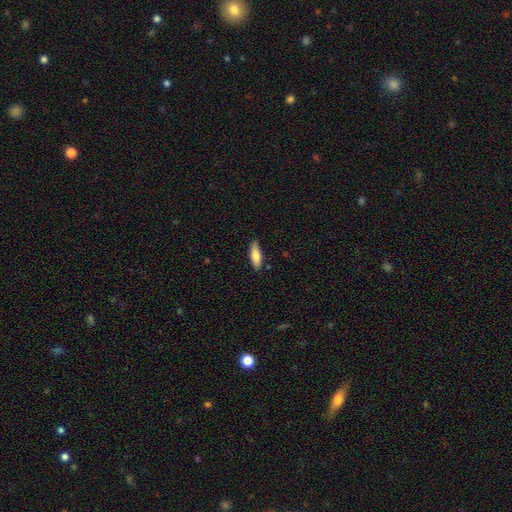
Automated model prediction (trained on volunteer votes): Smooth or featured?
  - smooth: 79% *
  - featured or disk: 16%
  - star or artifact: 6%
How rounded?
  - in between: 52% *
  - cigar-shaped: 46%
  - round: 2%
Merging?
  - none: 86% *
  - minor disturbance: 11%
  - major disturbance: 2%
  - merger: 1%